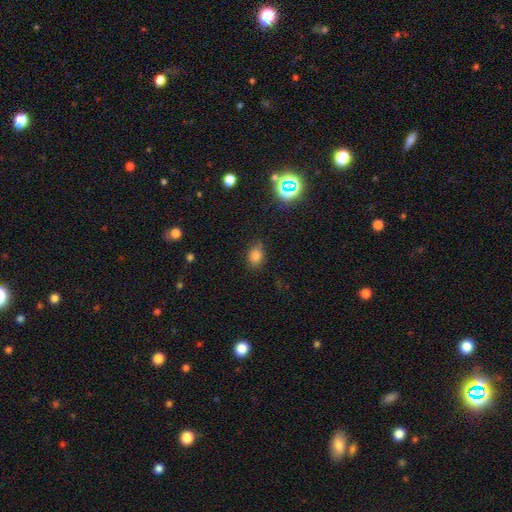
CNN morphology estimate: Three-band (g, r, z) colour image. It shows a smooth galaxy with no disk features (78%) that is in between round and cigar-shaped (63%). Merging: none (77%).